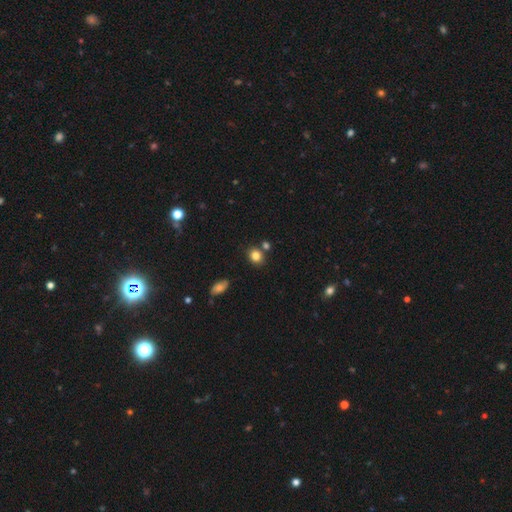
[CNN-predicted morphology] smooth-or-featured: smooth: 82% | star or artifact: 11% | featured or disk: 7%
  how-rounded: round: 63% | in between: 36% | cigar-shaped: 1%
  merging: none: 73% | merger: 13% | minor disturbance: 11% | major disturbance: 3%